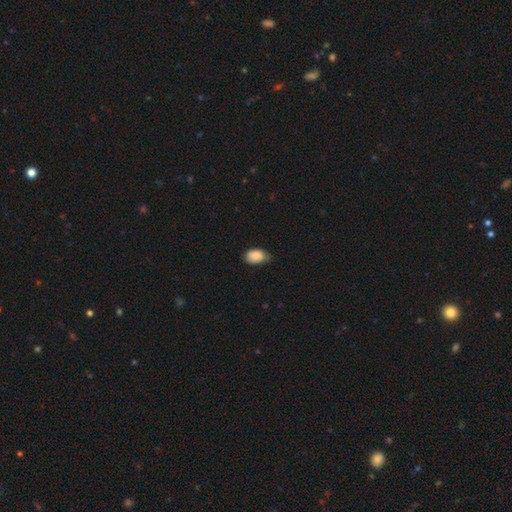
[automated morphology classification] The model was most divided on "merging": none: 55%, minor disturbance: 38%, major disturbance: 5%, merger: 1%. More confident: how rounded — in between (90%); smooth or featured — smooth (86%).